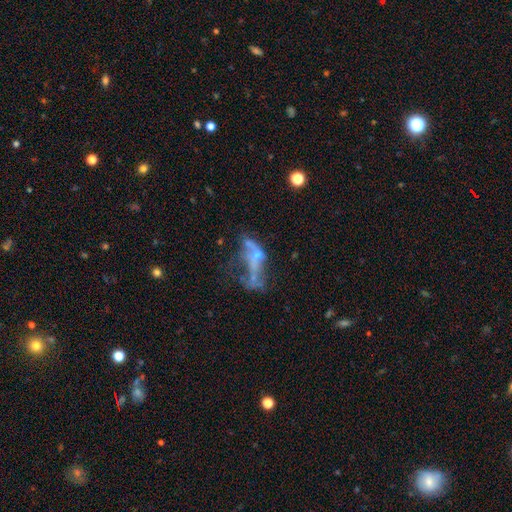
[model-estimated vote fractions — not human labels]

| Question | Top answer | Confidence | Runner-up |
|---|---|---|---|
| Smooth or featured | featured or disk | 59% | smooth (24%) |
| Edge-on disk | no | 90% | yes (10%) |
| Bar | no | 83% | weak (12%) |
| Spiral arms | no | 84% | yes (16%) |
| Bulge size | small | 33% | moderate (31%) |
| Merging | major disturbance | 38% | merger (28%) |